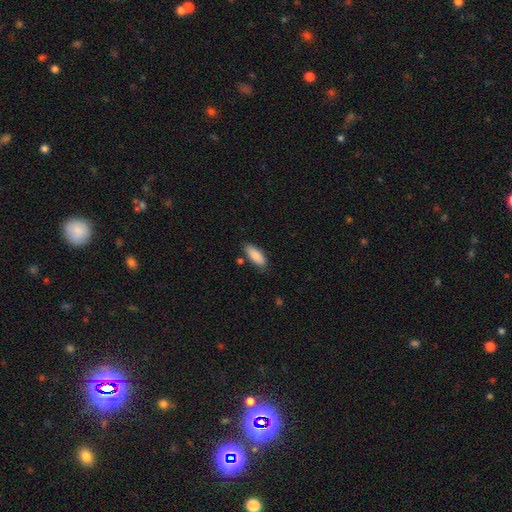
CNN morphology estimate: Smooth or featured: smooth — 88% (star or artifact — 6%)
How rounded: in between — 74% (cigar-shaped — 25%)
Merging: none — 78% (minor disturbance — 15%)